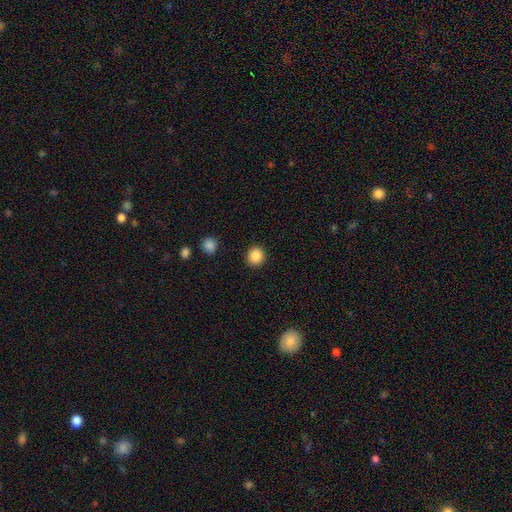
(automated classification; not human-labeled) Smooth or featured: smooth — 88% (star or artifact — 9%)
How rounded: round — 89% (in between — 10%)
Merging: none — 91% (minor disturbance — 5%)